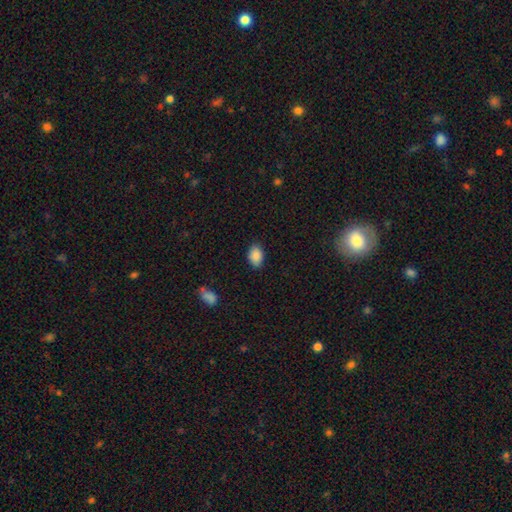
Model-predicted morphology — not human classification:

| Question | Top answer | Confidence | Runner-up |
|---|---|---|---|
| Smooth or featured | smooth | 89% | star or artifact (8%) |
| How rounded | in between | 85% | round (14%) |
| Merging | none | 84% | minor disturbance (12%) |